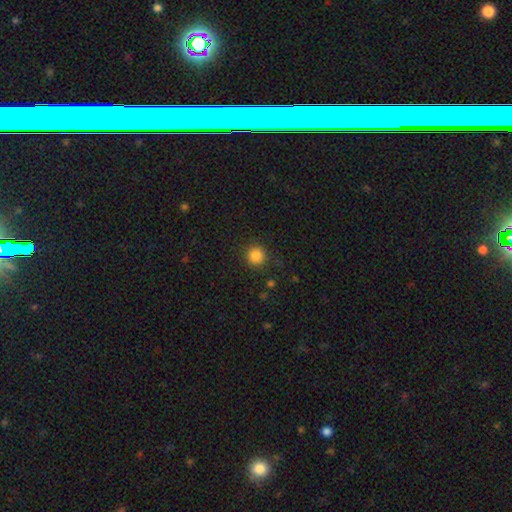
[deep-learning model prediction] Q: Smooth or featured?
A: smooth (85%); runner-up: star or artifact (11%)
Q: How rounded?
A: round (94%); runner-up: in between (5%)
Q: Merging?
A: none (90%); runner-up: minor disturbance (7%)